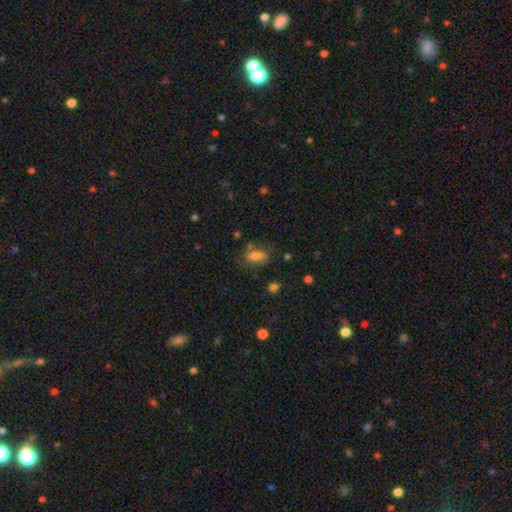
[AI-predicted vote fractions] smooth 76%, featured or disk 13%, star or artifact 10%. Down the decision tree: how rounded — in between (83%); merging — none (67%).